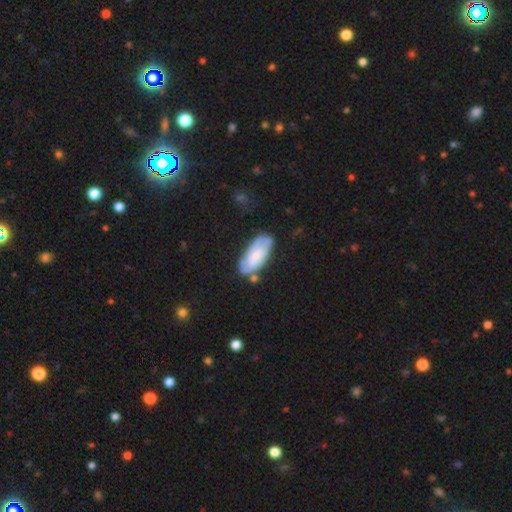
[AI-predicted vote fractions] Smooth or featured? Predicted: featured or disk (p=0.48). Merging? Predicted: none (p=0.66).